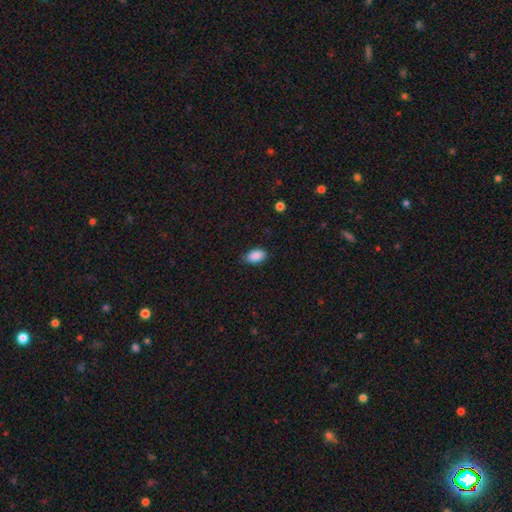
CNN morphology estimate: Overall: smooth (89%). How rounded: in between (92%). Merging: none (79%).